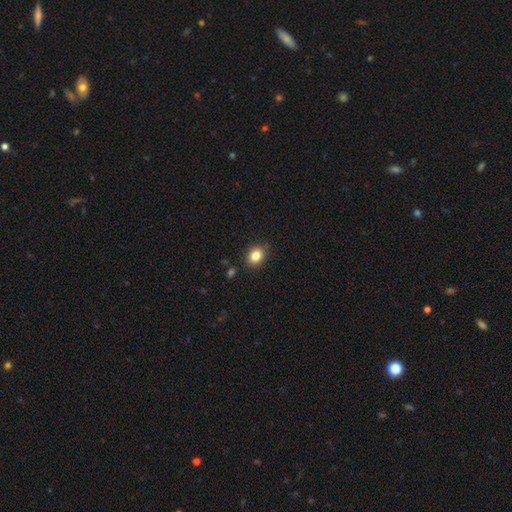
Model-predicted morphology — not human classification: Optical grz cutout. It shows a smooth galaxy with no disk features (84%) that is round (59%). Merging: none (88%).